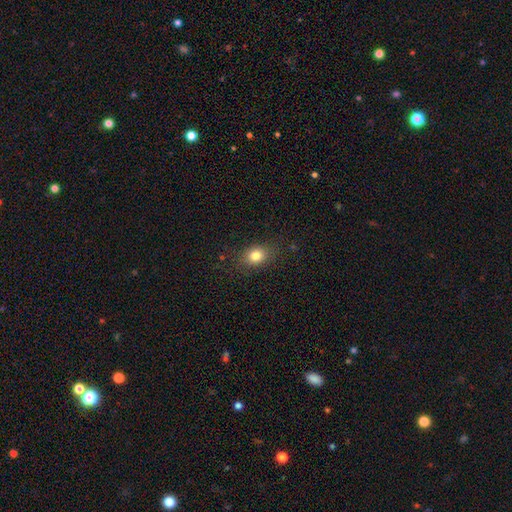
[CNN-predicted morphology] The model was most divided on "how rounded": in between: 59%, round: 39%, cigar-shaped: 2%. More confident: smooth or featured — smooth (82%); merging — none (82%).